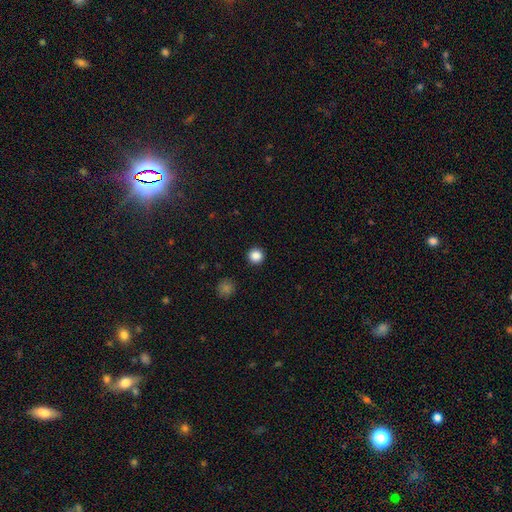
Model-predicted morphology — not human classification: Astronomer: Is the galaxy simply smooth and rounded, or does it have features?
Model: smooth — 87%.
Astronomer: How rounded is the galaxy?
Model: round — 96%.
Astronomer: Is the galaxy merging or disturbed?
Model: none — 93%.